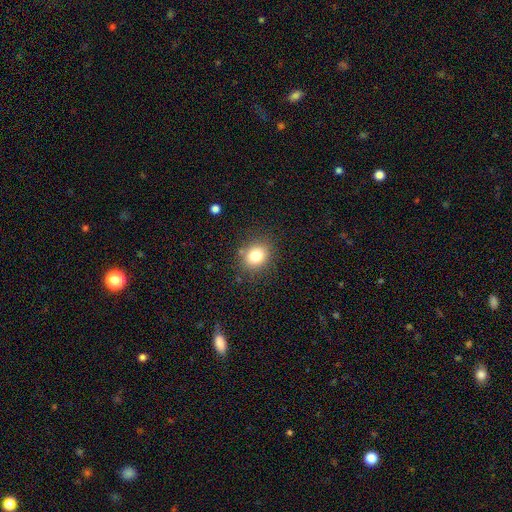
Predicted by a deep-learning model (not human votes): Smooth or featured?
  - smooth: 80% *
  - star or artifact: 12%
  - featured or disk: 8%
How rounded?
  - round: 66% *
  - in between: 34%
  - cigar-shaped: 1%
Merging?
  - none: 83% *
  - minor disturbance: 11%
  - major disturbance: 4%
  - merger: 2%